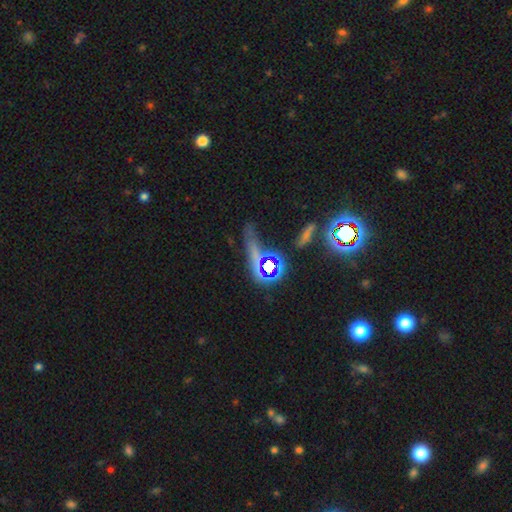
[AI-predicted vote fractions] Overall: star or artifact (56%; smooth 27%).